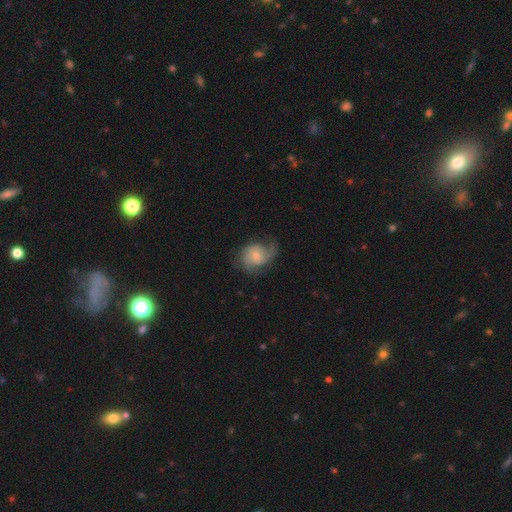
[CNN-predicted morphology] Smooth or featured? featured or disk (63%)
Edge-on disk? no (97%)
Bar? no (64%)
Spiral arms? yes (90%)
Spiral winding? medium (44%)
Spiral arm count? 2 (64%)
Bulge size? small (52%)
Merging? none (52%)